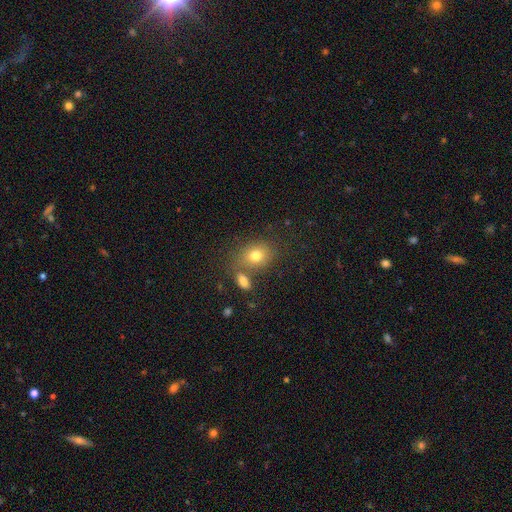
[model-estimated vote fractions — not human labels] Q: Smooth or featured?
A: smooth (76%); runner-up: featured or disk (12%)
Q: How rounded?
A: in between (53%); runner-up: round (46%)
Q: Merging?
A: none (62%); runner-up: merger (19%)